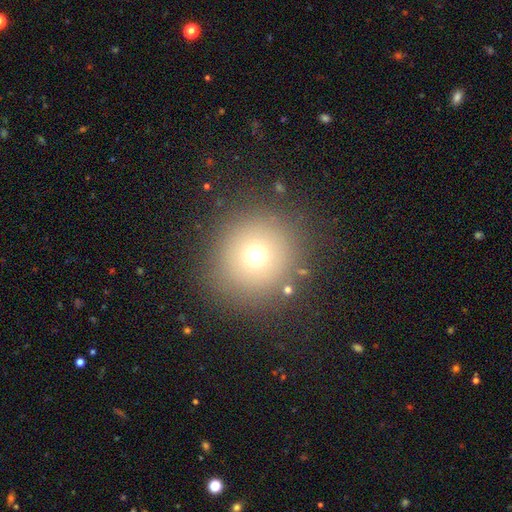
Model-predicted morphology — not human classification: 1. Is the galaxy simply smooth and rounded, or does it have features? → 68% smooth, 19% star or artifact, 13% featured or disk.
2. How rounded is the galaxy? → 94% round, 5% in between, 1% cigar-shaped.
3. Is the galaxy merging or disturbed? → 86% none, 8% minor disturbance, 4% major disturbance, 2% merger.